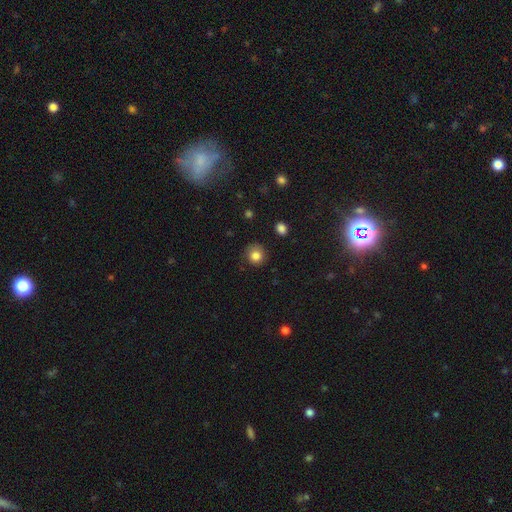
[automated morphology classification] This appears to be a smooth galaxy with no disk features (84%) that is round (88%). Merging: none (82%).